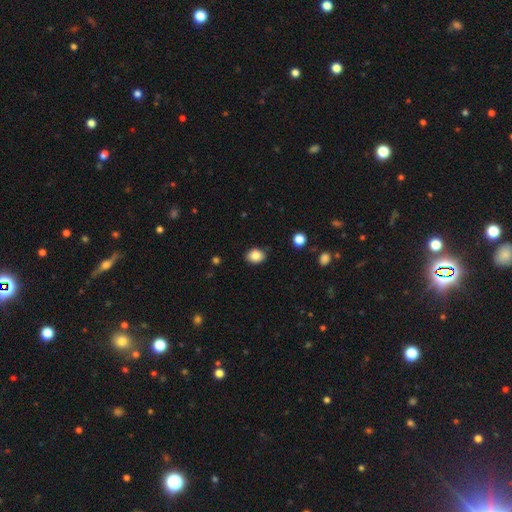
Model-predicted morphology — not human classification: Smooth or featured? smooth (86%)
How rounded? in between (51%)
Merging? none (85%)